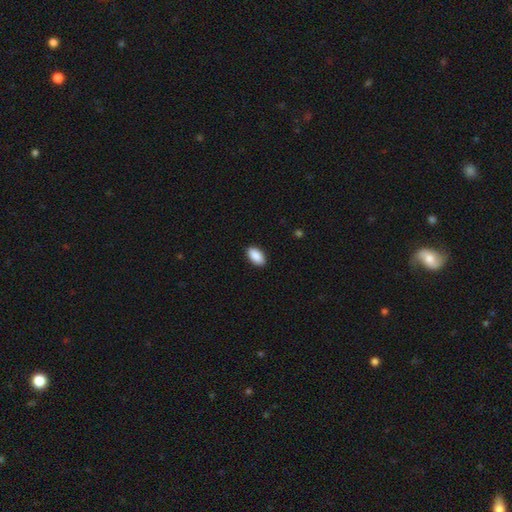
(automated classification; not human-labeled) Smooth or featured: smooth — 91% (star or artifact — 6%)
How rounded: in between — 94% (cigar-shaped — 3%)
Merging: none — 90% (minor disturbance — 7%)